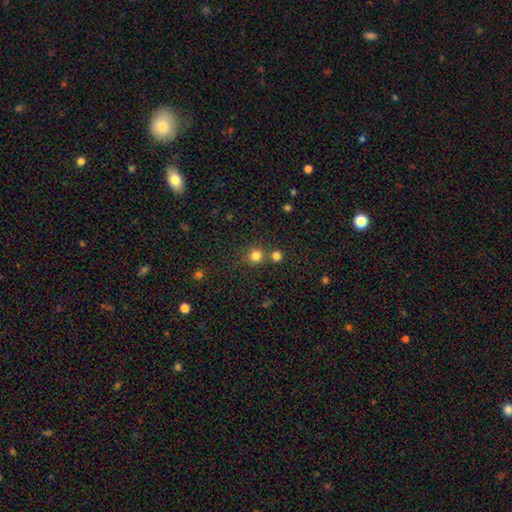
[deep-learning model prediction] smooth-or-featured: smooth: 80% | star or artifact: 15% | featured or disk: 6%
  how-rounded: round: 89% | in between: 10% | cigar-shaped: 1%
  merging: none: 66% | merger: 23% | minor disturbance: 8% | major disturbance: 3%